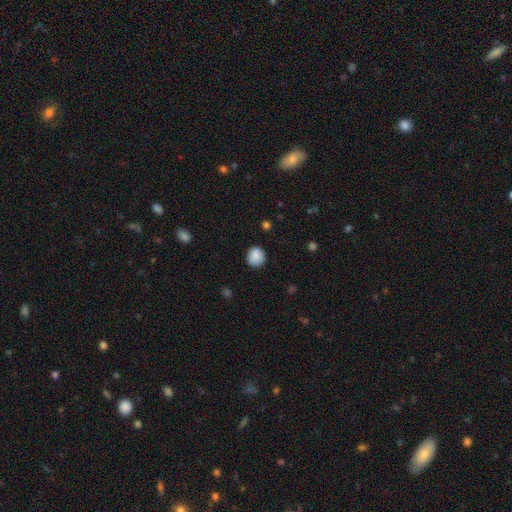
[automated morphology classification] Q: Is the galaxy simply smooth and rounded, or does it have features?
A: smooth — 86%.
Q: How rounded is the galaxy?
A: round — 86%.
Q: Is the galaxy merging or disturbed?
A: none — 81%.